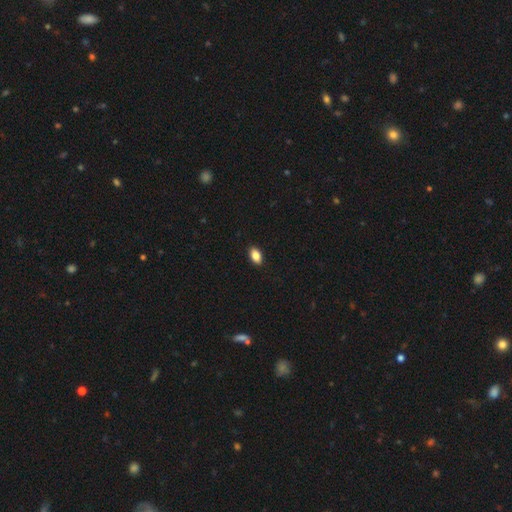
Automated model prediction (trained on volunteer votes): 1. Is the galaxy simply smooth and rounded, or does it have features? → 86% smooth, 8% star or artifact, 6% featured or disk.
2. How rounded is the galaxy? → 90% in between, 7% round, 3% cigar-shaped.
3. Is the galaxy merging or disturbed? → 90% none, 7% minor disturbance, 2% major disturbance, 1% merger.